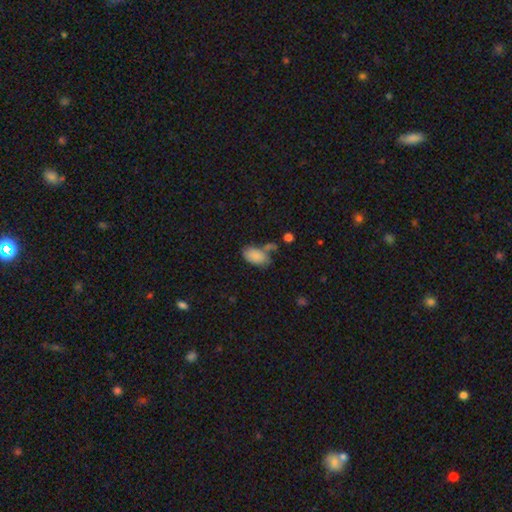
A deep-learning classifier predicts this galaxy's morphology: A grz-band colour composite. It shows a smooth galaxy with no disk features (85%) that is in between round and cigar-shaped (94%). Merging: none (52%).